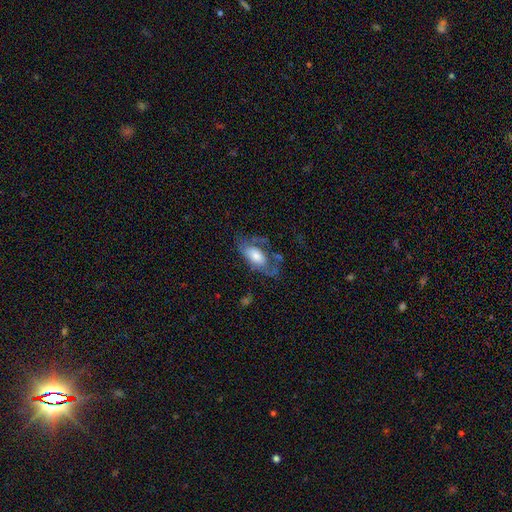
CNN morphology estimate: Smooth or featured: smooth — 51% (featured or disk — 42%)
How rounded: in between — 90% (cigar-shaped — 6%)
Merging: none — 38% (major disturbance — 32%)